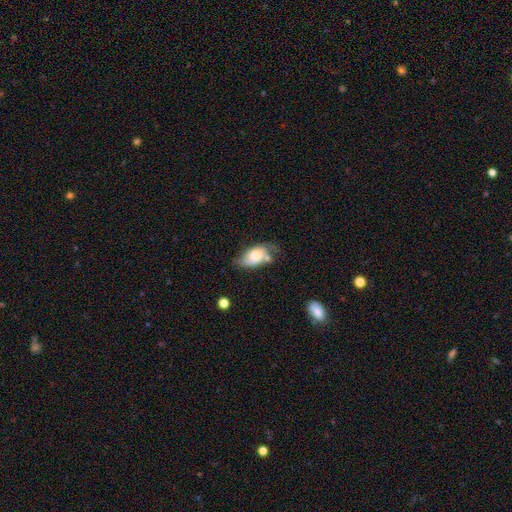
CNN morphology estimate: Smooth or featured: smooth — 59% (featured or disk — 34%)
How rounded: in between — 90% (round — 7%)
Merging: none — 39% (minor disturbance — 34%)